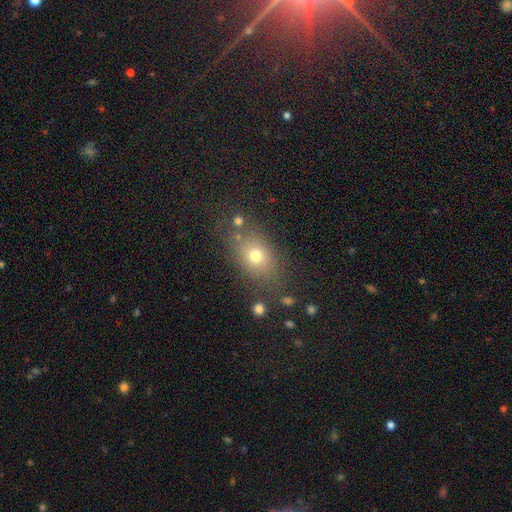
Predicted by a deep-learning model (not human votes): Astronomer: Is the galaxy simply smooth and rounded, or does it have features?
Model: smooth — 71%.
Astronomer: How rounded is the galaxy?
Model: in between — 65%.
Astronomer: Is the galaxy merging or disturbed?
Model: none — 72%.